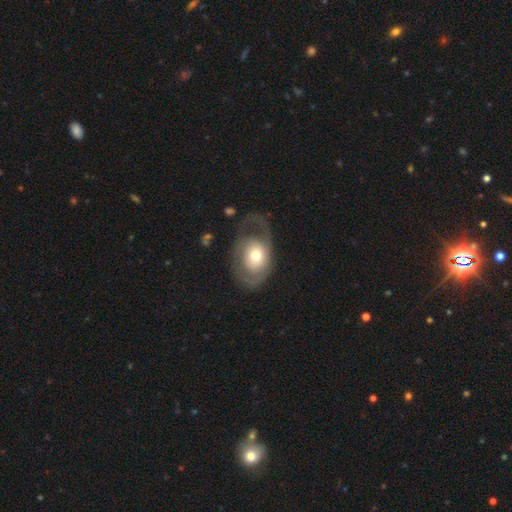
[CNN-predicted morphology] A featured or disk galaxy (51%).

Vote fractions:
- Smooth or featured? featured or disk: 51% / smooth: 43% / star or artifact: 6%
- Edge-on disk? no: 93% / yes: 7%
- Merging? none: 49% / major disturbance: 27% / minor disturbance: 22% / merger: 2%